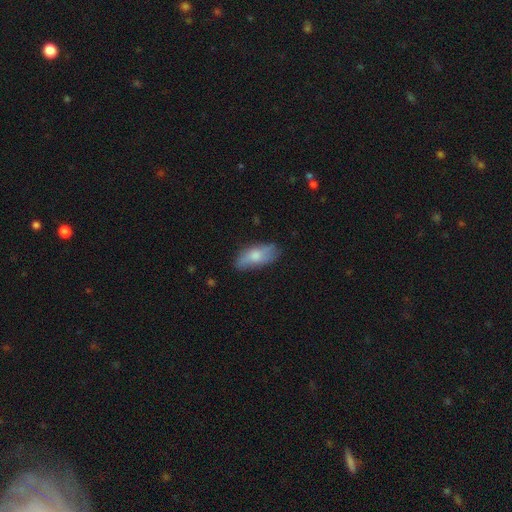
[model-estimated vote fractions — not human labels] Smooth or featured? Predicted: smooth (p=0.67). How rounded? Predicted: in between (p=0.85). Merging? Predicted: none (p=0.67).